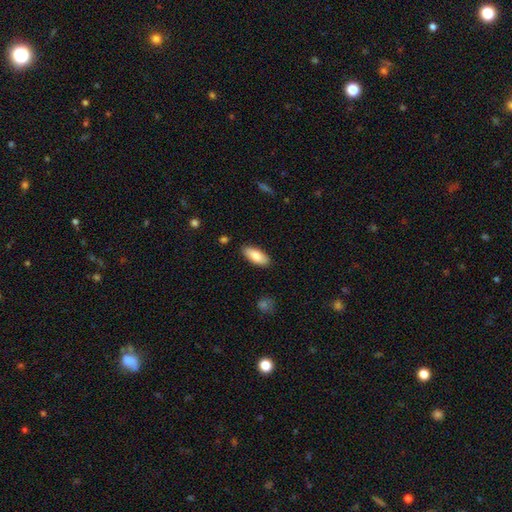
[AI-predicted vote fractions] Smooth or featured: smooth — 82% (featured or disk — 12%)
How rounded: in between — 82% (cigar-shaped — 16%)
Merging: none — 88% (minor disturbance — 9%)